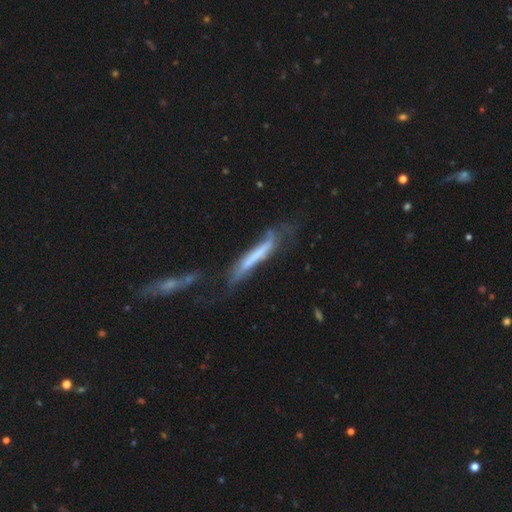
This is possibly a smooth galaxy (56%). How rounded: clearly cigar-shaped (95%). Merging: marginally none (40%).